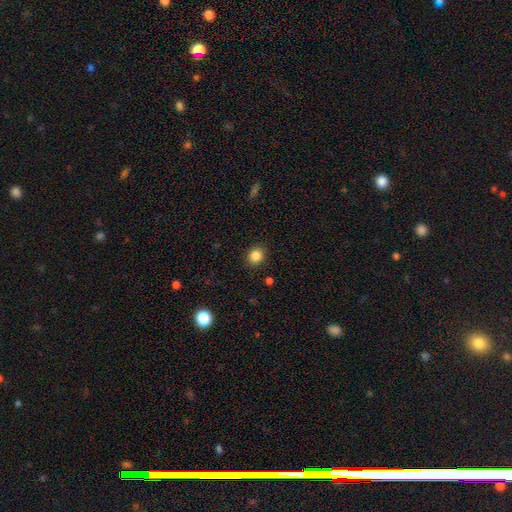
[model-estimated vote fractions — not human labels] Smooth or featured? smooth (85%)
How rounded? round (80%)
Merging? none (90%)